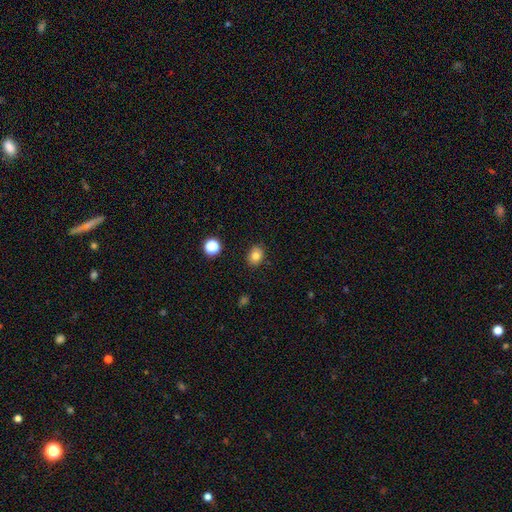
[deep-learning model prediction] A smooth galaxy with no disk features (81%) that is in between round and cigar-shaped (52%). Merging: none (87%).